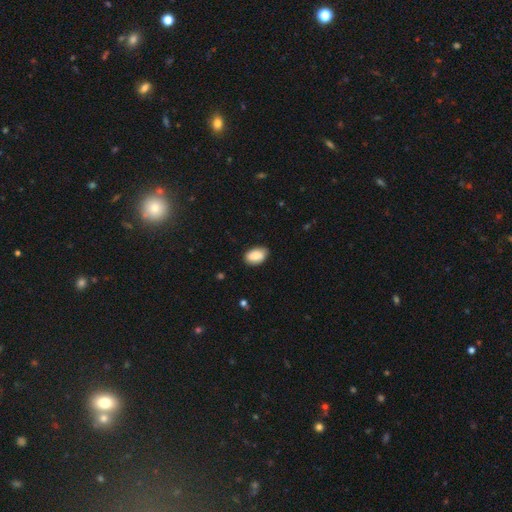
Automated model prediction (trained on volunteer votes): Smooth or featured?
  - smooth: 87% *
  - star or artifact: 7%
  - featured or disk: 7%
How rounded?
  - in between: 90% *
  - round: 8%
  - cigar-shaped: 1%
Merging?
  - none: 81% *
  - minor disturbance: 15%
  - major disturbance: 3%
  - merger: 1%